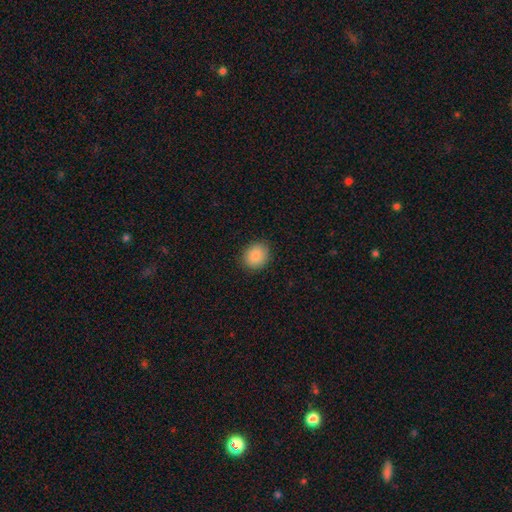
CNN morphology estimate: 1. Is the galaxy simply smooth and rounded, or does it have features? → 87% smooth, 9% star or artifact, 5% featured or disk.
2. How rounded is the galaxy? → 65% round, 34% in between, 1% cigar-shaped.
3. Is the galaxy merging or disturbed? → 89% none, 8% minor disturbance, 2% major disturbance, 1% merger.